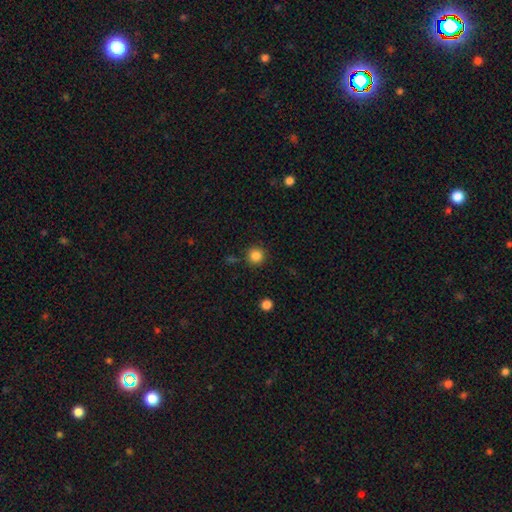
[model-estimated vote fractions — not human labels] smooth_or_featured: smooth (p=0.85) [alt: star or artifact p=0.11]
how_rounded: round (p=0.95) [alt: in between p=0.04]
merging: none (p=0.88) [alt: minor disturbance p=0.07]